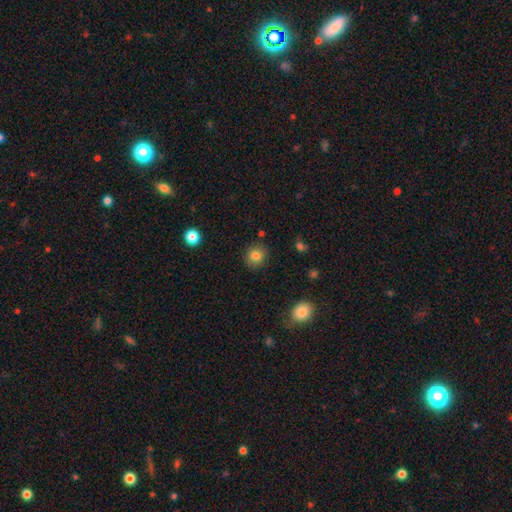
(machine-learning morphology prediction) A smooth galaxy with no disk features (82%) that is round (79%). Merging: none (87%).